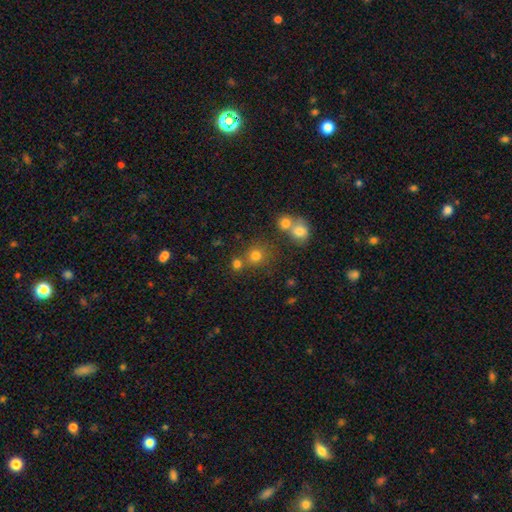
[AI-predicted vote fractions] smooth-or-featured: smooth: 76% | star or artifact: 17% | featured or disk: 7%
  how-rounded: round: 88% | in between: 11% | cigar-shaped: 1%
  merging: none: 65% | merger: 23% | minor disturbance: 8% | major disturbance: 4%